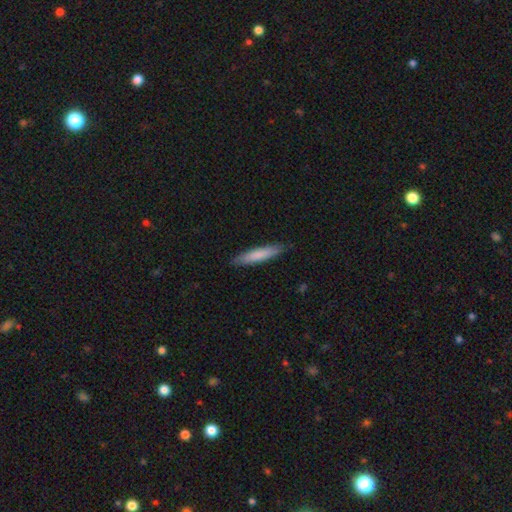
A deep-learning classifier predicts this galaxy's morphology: A smooth galaxy with no disk features (77%) that is cigar-shaped (91%).

Vote fractions:
- Smooth or featured? smooth: 77% / featured or disk: 17% / star or artifact: 5%
- How rounded? cigar-shaped: 91% / in between: 8% / round: 1%
- Merging? none: 88% / minor disturbance: 9% / major disturbance: 2% / merger: 1%